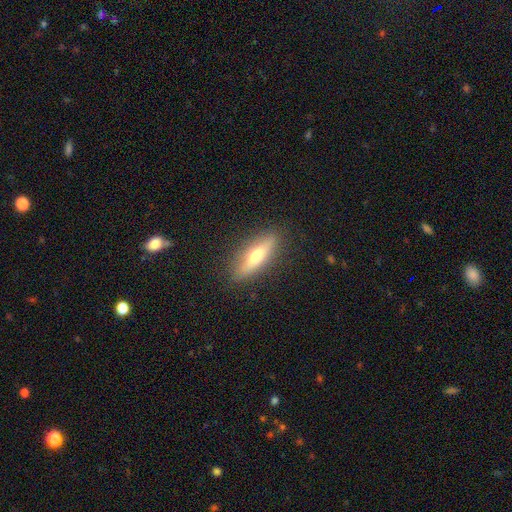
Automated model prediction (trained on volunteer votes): smooth-or-featured: smooth: 52% | featured or disk: 42% | star or artifact: 7%
  how-rounded: cigar-shaped: 59% | in between: 39% | round: 3%
  merging: none: 87% | minor disturbance: 9% | major disturbance: 2% | merger: 1%